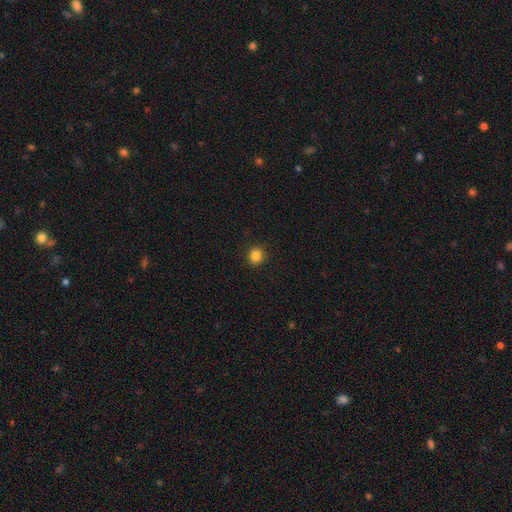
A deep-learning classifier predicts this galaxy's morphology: A smooth galaxy with no disk features (85%) that is round (92%).

Vote fractions:
- Smooth or featured? smooth: 85% / star or artifact: 12% / featured or disk: 4%
- How rounded? round: 92% / in between: 7% / cigar-shaped: 1%
- Merging? none: 92% / minor disturbance: 5% / major disturbance: 2% / merger: 1%